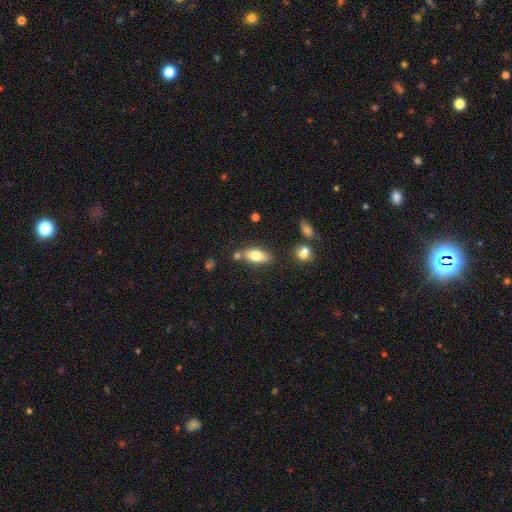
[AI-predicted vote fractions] smooth_or_featured: smooth (p=0.75) [alt: featured or disk p=0.17]
how_rounded: in between (p=0.82) [alt: cigar-shaped p=0.15]
merging: none (p=0.69) [alt: minor disturbance p=0.15]